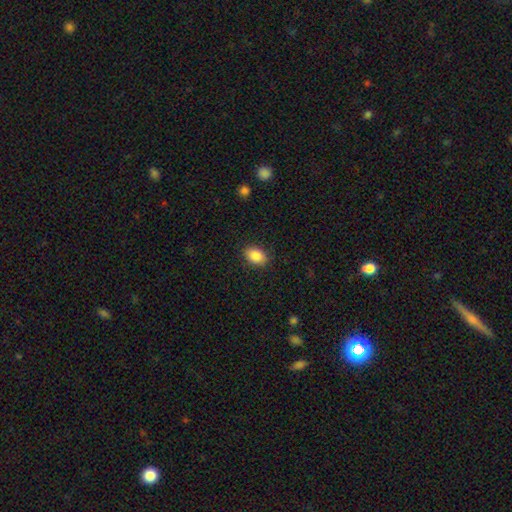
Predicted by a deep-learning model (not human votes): The model was most divided on "how rounded": in between: 83%, round: 16%, cigar-shaped: 1%. More confident: smooth or featured — smooth (88%); merging — none (87%).